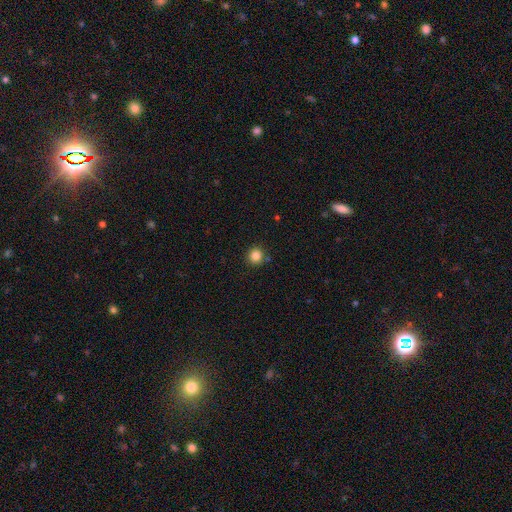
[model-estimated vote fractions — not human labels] Q: Smooth or featured?
A: smooth (84%); runner-up: star or artifact (12%)
Q: How rounded?
A: round (93%); runner-up: in between (6%)
Q: Merging?
A: none (87%); runner-up: minor disturbance (7%)